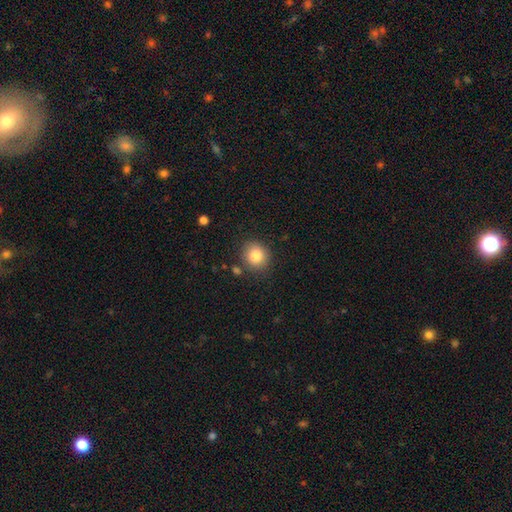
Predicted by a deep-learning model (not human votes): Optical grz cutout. It shows a smooth galaxy with no disk features (85%) that is round (78%). Merging: none (82%).